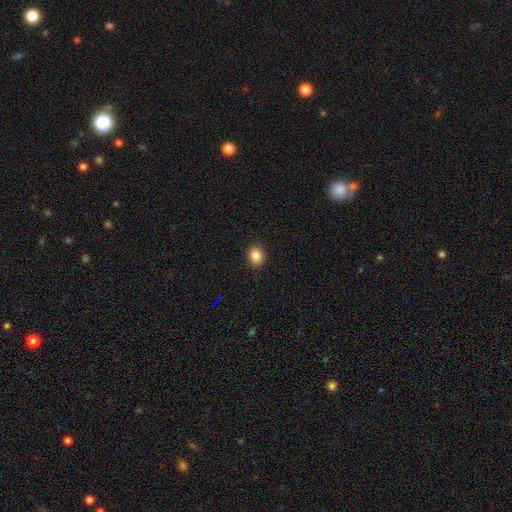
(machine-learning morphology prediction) type=smooth (86%); roundness=round (62%); merging=none (90%).